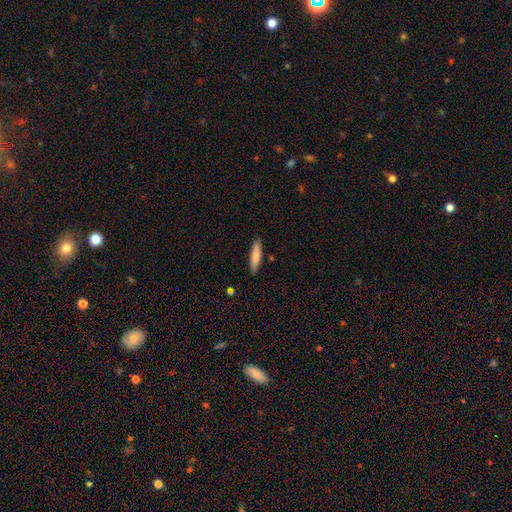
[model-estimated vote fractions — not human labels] smooth_or_featured: smooth (p=0.82) [alt: featured or disk p=0.12]
how_rounded: cigar-shaped (p=0.81) [alt: in between p=0.18]
merging: none (p=0.89) [alt: minor disturbance p=0.08]